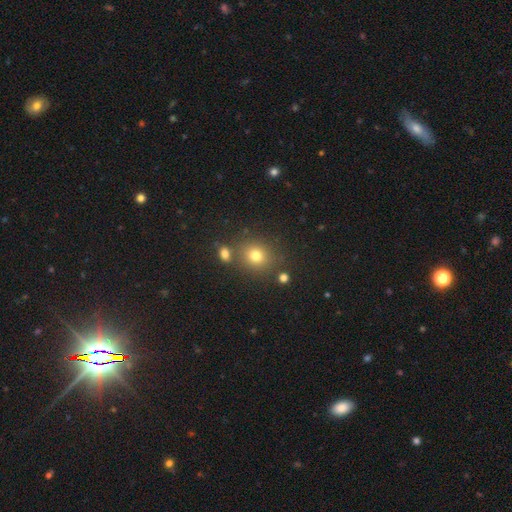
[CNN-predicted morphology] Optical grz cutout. It shows a smooth galaxy with no disk features (75%) that is round (79%). Merging: none (75%).